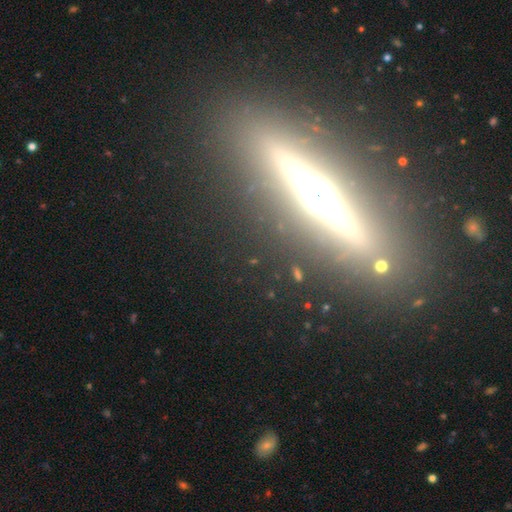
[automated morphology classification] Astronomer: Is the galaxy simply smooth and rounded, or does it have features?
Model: featured or disk — 80%.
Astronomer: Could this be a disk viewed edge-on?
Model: yes — 95%.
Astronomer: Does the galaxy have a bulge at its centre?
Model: rounded — 78%.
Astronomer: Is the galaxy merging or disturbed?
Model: none — 89%.